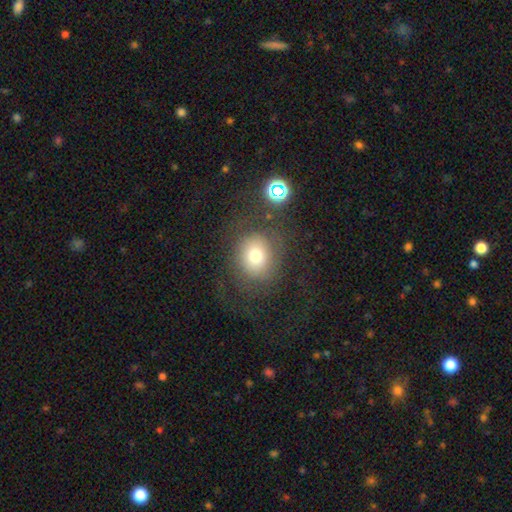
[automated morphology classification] The model was most divided on "smooth or featured": smooth: 67%, featured or disk: 17%, star or artifact: 16%. More confident: how rounded — round (78%); merging — none (70%).